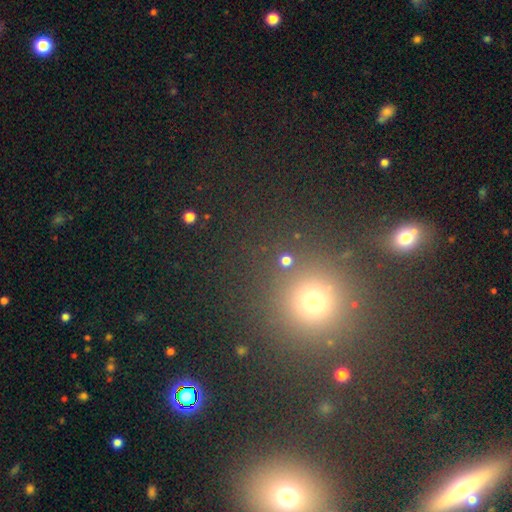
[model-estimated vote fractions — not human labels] Smooth or featured: smooth — 50% (star or artifact — 43%)
Merging: none — 84% (minor disturbance — 7%)